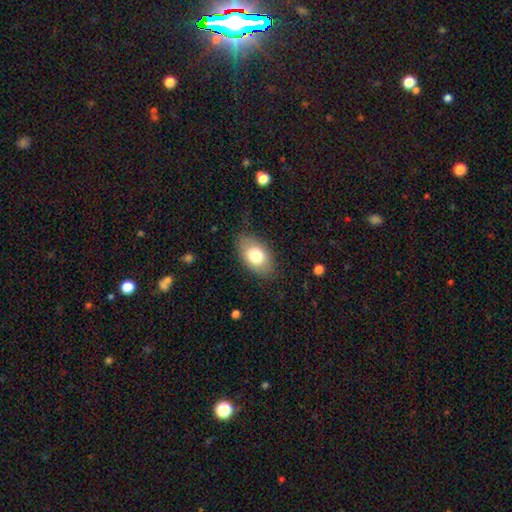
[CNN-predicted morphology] This appears to be a smooth galaxy with no disk features (76%) that is in between round and cigar-shaped (90%). Merging: none (80%).